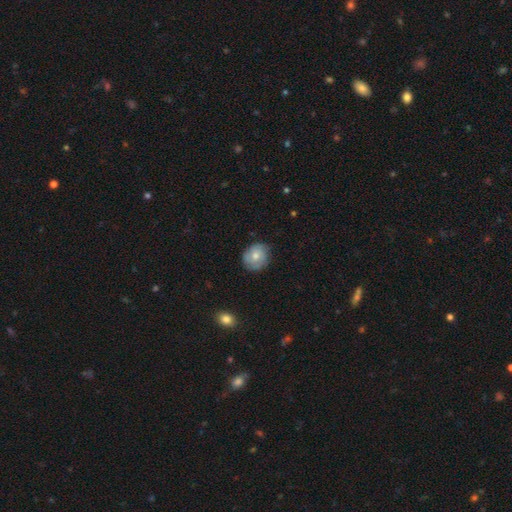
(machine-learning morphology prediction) smooth_or_featured: smooth (p=0.64) [alt: featured or disk p=0.28]
how_rounded: round (p=0.80) [alt: in between p=0.19]
merging: none (p=0.77) [alt: minor disturbance p=0.18]